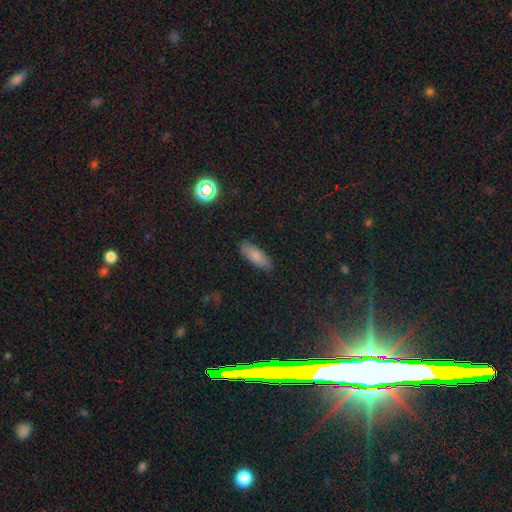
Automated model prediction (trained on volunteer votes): The model was most divided on "how rounded": in between: 70%, cigar-shaped: 28%, round: 2%. More confident: merging — none (85%); smooth or featured — smooth (81%).